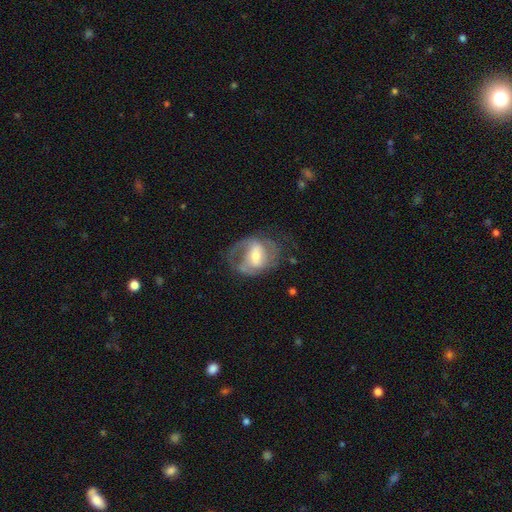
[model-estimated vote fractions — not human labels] Q: Smooth or featured?
A: featured or disk (71%); runner-up: smooth (23%)
Q: Edge-on disk?
A: no (96%); runner-up: yes (4%)
Q: Bar?
A: weak (44%); runner-up: strong (33%)
Q: Spiral arms?
A: yes (79%); runner-up: no (21%)
Q: Spiral winding?
A: medium (48%); runner-up: tight (26%)
Q: Spiral arm count?
A: 2 (62%); runner-up: can't tell (20%)
Q: Bulge size?
A: moderate (47%); runner-up: small (35%)
Q: Merging?
A: none (48%); runner-up: major disturbance (28%)